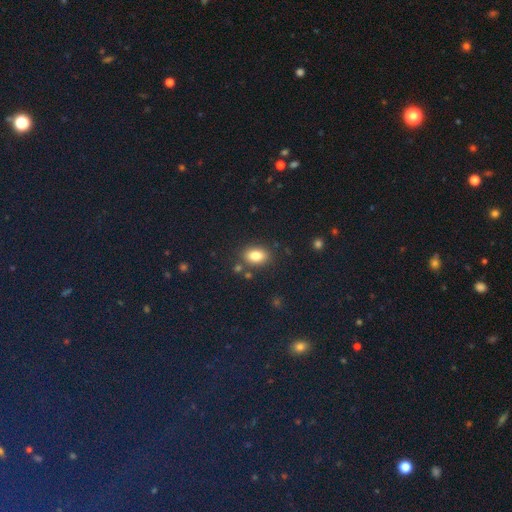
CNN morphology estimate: Smooth or featured? Predicted: smooth (p=0.82). How rounded? Predicted: in between (p=0.81). Merging? Predicted: none (p=0.81).